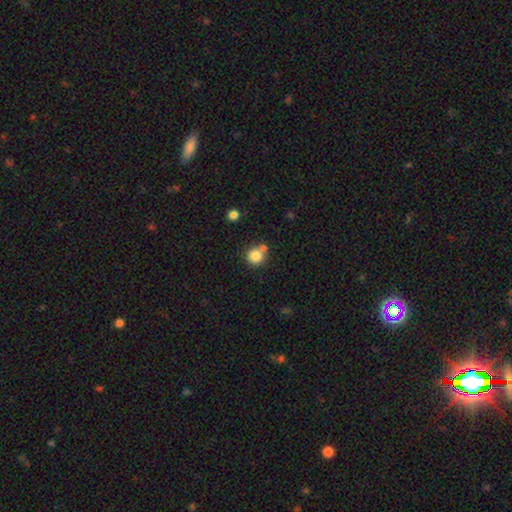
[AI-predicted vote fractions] This appears to be a smooth galaxy with no disk features (83%) that is round (92%). Merging: none (65%).